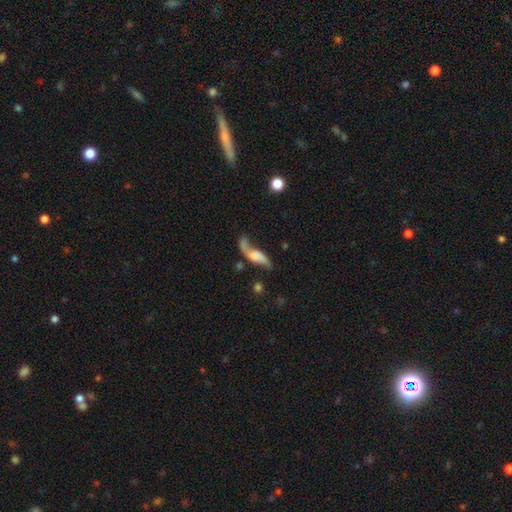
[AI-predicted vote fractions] A featured or disk galaxy (66%) with no bar (61%), spiral arms (86%) and no central bulge (46%).

Vote fractions:
- Smooth or featured? featured or disk: 66% / smooth: 25% / star or artifact: 8%
- Edge-on disk? no: 84% / yes: 16%
- Bar? no: 61% / weak: 28% / strong: 11%
- Spiral arms? yes: 86% / no: 14%
- Bulge size? none: 46% / small: 18% / moderate: 15% / large: 15% / dominant: 6%
- Merging? none: 46% / minor disturbance: 21% / major disturbance: 20% / merger: 13%